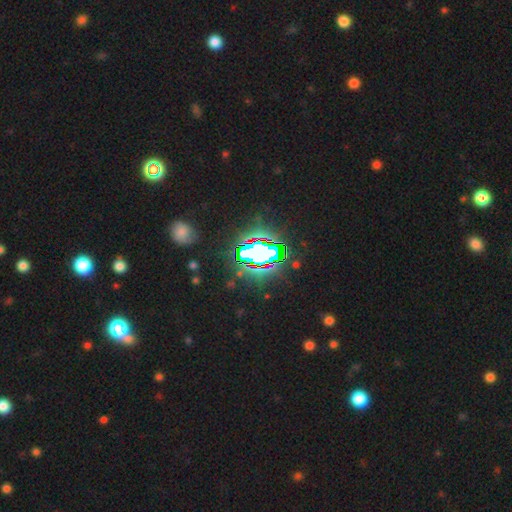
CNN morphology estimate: Q: Smooth or featured?
A: star or artifact (75%); runner-up: smooth (13%)